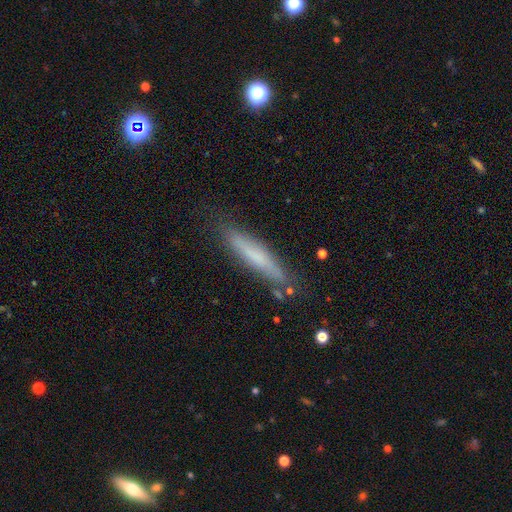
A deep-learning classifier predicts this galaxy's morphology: Smooth or featured?
  - smooth: 59% *
  - featured or disk: 33%
  - star or artifact: 7%
How rounded?
  - cigar-shaped: 90% *
  - in between: 9%
  - round: 1%
Merging?
  - none: 80% *
  - minor disturbance: 15%
  - major disturbance: 3%
  - merger: 3%